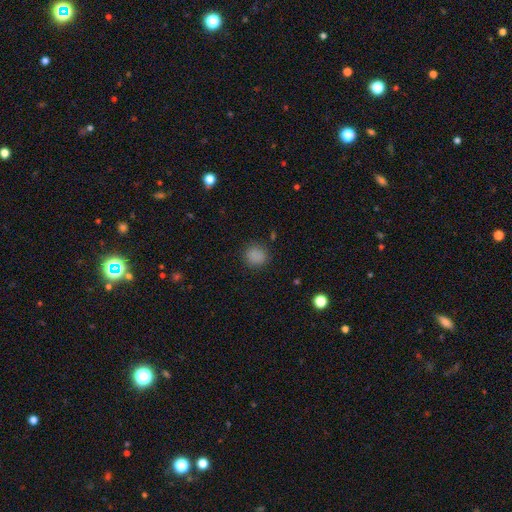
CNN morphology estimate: smooth_or_featured: smooth (p=0.85) [alt: star or artifact p=0.12]
how_rounded: round (p=0.84) [alt: in between p=0.15]
merging: none (p=0.86) [alt: minor disturbance p=0.09]